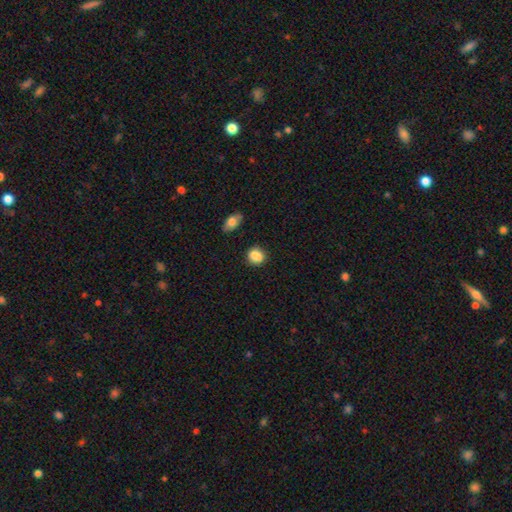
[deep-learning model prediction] This appears to be a smooth galaxy with no disk features (84%) that is round (71%). Merging: none (71%).